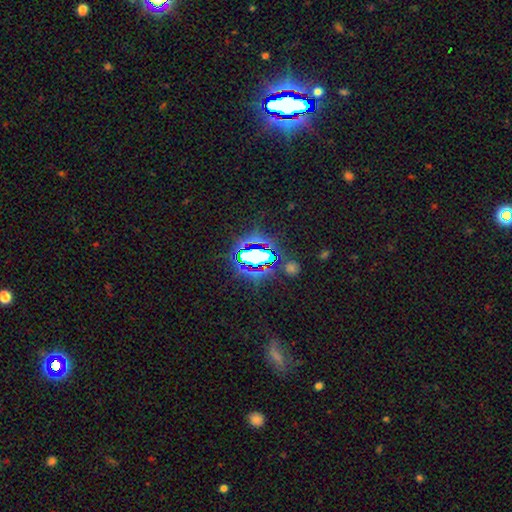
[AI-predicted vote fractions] A star or artifact, not a galaxy (70%).

Vote fractions:
- Smooth or featured? star or artifact: 70% / smooth: 20% / featured or disk: 10%